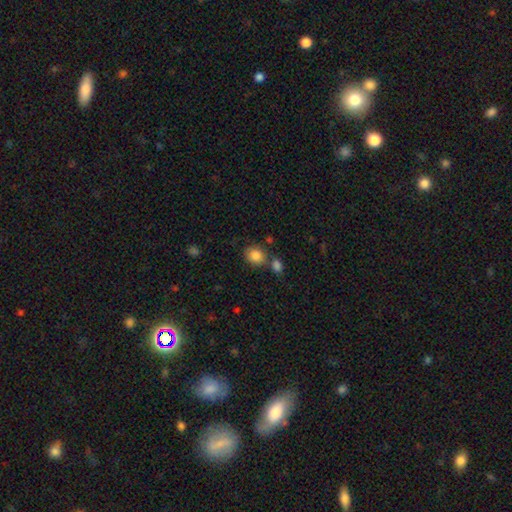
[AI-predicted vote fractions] A smooth galaxy with no disk features (85%) that is round (67%).

Vote fractions:
- Smooth or featured? smooth: 85% / star or artifact: 9% / featured or disk: 6%
- How rounded? round: 67% / in between: 32% / cigar-shaped: 1%
- Merging? none: 66% / merger: 19% / minor disturbance: 12% / major disturbance: 4%